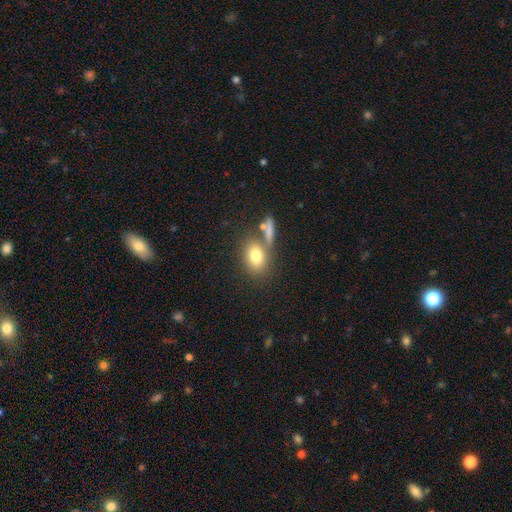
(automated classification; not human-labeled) The model was most divided on "how rounded": in between: 67%, round: 30%, cigar-shaped: 3%. More confident: smooth or featured — smooth (77%); merging — none (61%).